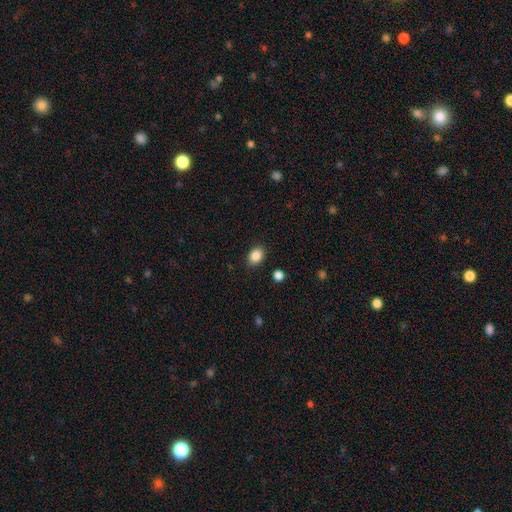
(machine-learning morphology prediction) A smooth galaxy with no disk features (86%) that is in between round and cigar-shaped (72%).

Vote fractions:
- Smooth or featured? smooth: 86% / star or artifact: 9% / featured or disk: 5%
- How rounded? in between: 72% / round: 27% / cigar-shaped: 1%
- Merging? none: 86% / minor disturbance: 9% / major disturbance: 3% / merger: 2%